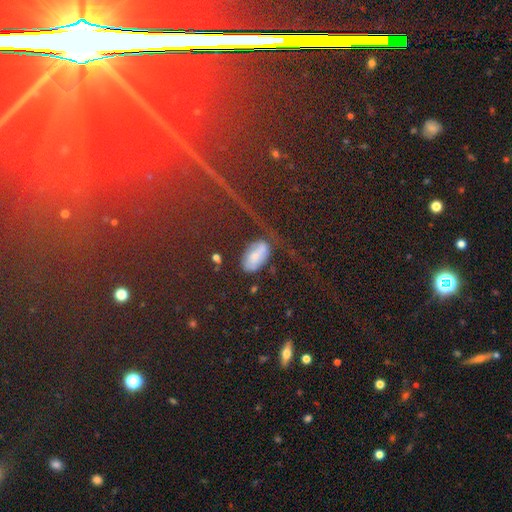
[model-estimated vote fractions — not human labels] Morphology: type=star or artifact (47%).